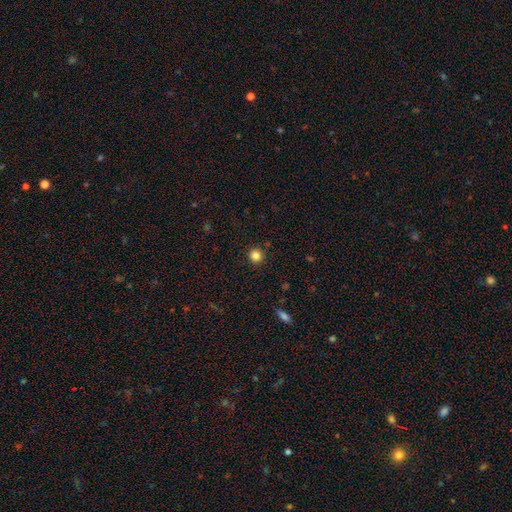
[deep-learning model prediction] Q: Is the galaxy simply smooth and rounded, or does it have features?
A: smooth — 84%.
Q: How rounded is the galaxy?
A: round — 93%.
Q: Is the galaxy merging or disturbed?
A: none — 90%.